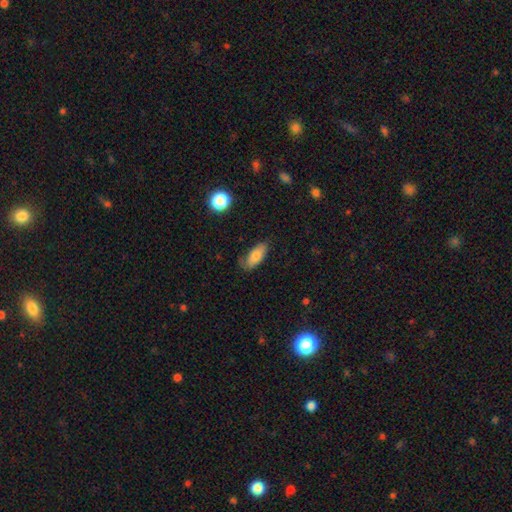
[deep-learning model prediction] smooth_or_featured: smooth (p=0.78) [alt: featured or disk p=0.15]
how_rounded: in between (p=0.85) [alt: cigar-shaped p=0.12]
merging: none (p=0.63) [alt: minor disturbance p=0.28]